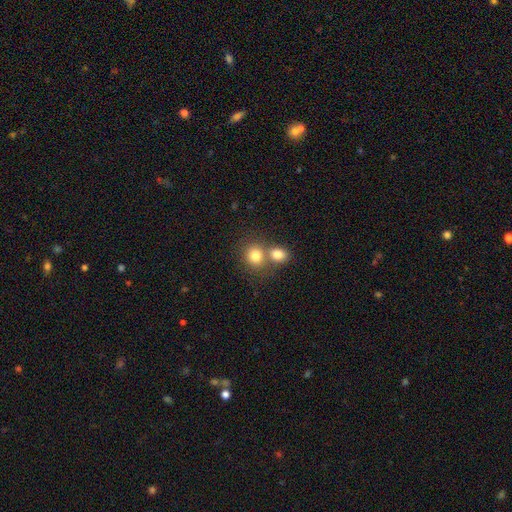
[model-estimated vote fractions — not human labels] The model was most divided on "merging": merger: 46%, none: 44%, minor disturbance: 7%, major disturbance: 3%. More confident: smooth or featured — smooth (80%); how rounded — round (77%).